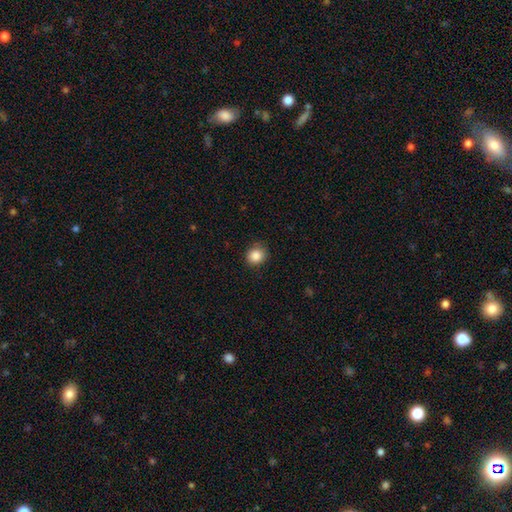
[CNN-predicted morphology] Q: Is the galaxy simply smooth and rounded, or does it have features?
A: smooth — 86%.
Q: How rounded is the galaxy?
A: round — 79%.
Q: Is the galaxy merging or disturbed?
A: none — 82%.